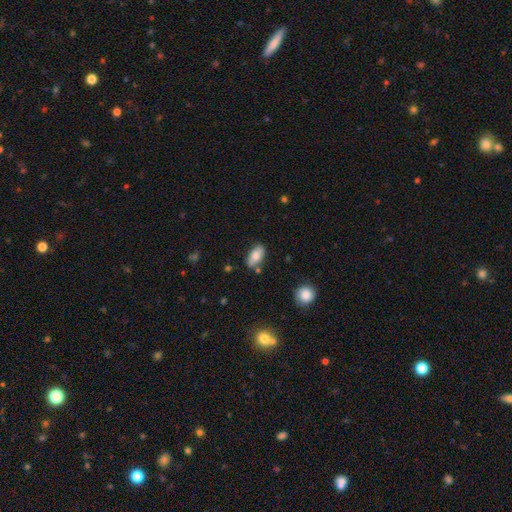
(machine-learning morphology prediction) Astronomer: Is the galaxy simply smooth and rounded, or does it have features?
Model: smooth — 80%.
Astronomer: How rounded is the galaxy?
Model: in between — 90%.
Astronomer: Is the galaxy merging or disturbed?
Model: none — 74%.